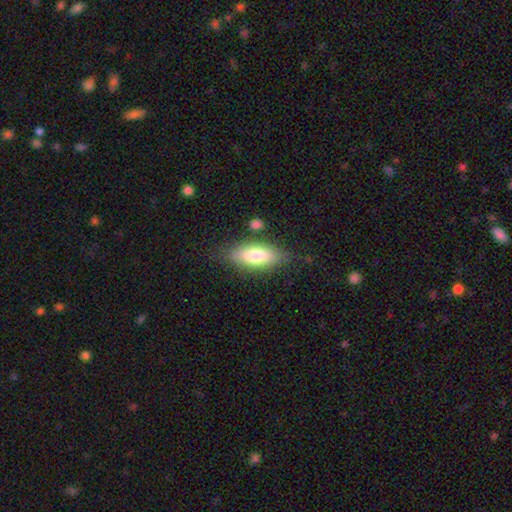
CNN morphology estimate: A smooth galaxy with no disk features (73%) that is in between round and cigar-shaped (76%).

Vote fractions:
- Smooth or featured? smooth: 73% / featured or disk: 20% / star or artifact: 7%
- How rounded? in between: 76% / cigar-shaped: 21% / round: 3%
- Merging? none: 75% / minor disturbance: 16% / merger: 5% / major disturbance: 4%